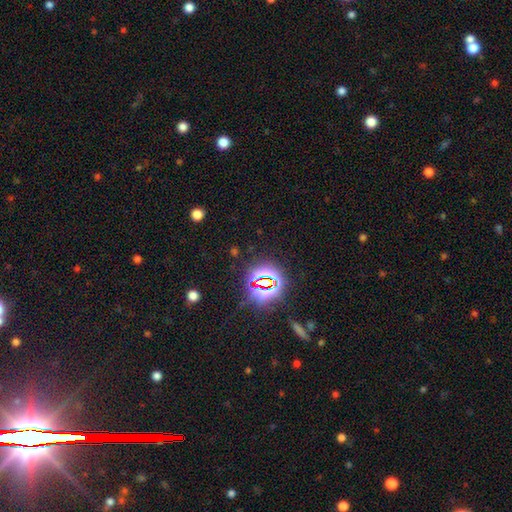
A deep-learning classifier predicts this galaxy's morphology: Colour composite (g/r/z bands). It shows a star or artifact, not a galaxy (82%).